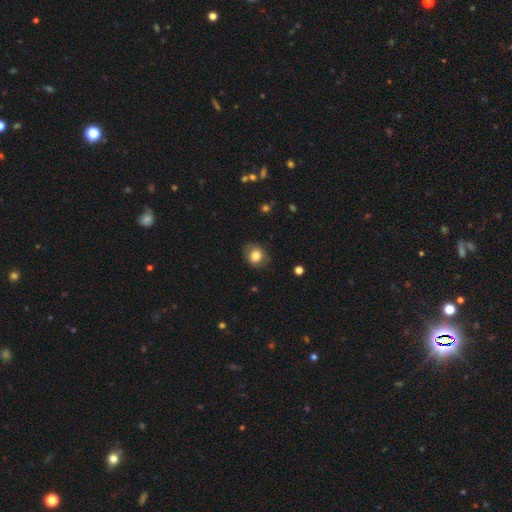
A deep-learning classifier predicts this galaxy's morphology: Smooth or featured? Predicted: smooth (p=0.78). How rounded? Predicted: round (p=0.63). Merging? Predicted: none (p=0.78).